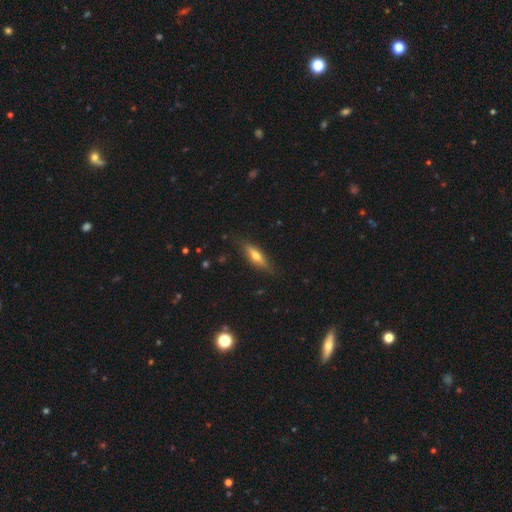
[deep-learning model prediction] Overall: smooth (49%; featured or disk 44%). Merging: none (82%).